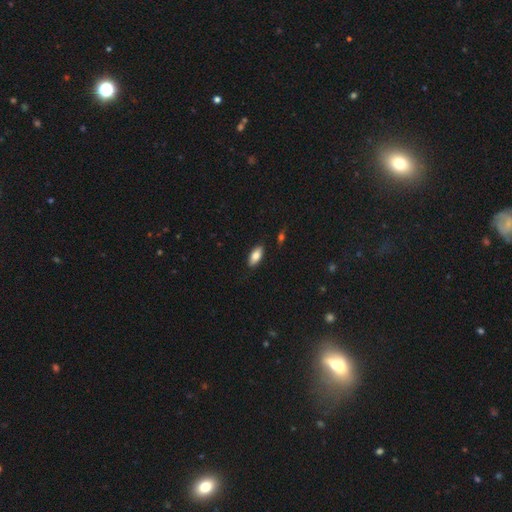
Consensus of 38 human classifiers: smooth 63%, featured or disk 32%, star or artifact 5%. Down the decision tree: how rounded — in between (88%); merging — none (86%).